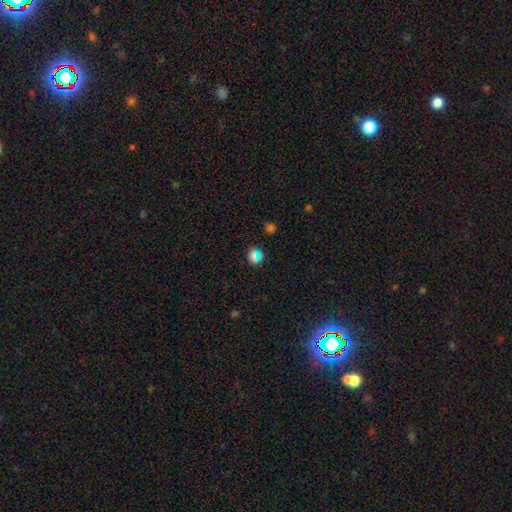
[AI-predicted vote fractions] The model was most divided on "how rounded": round: 61%, in between: 36%, cigar-shaped: 3%. More confident: merging — none (83%); smooth or featured — smooth (63%).